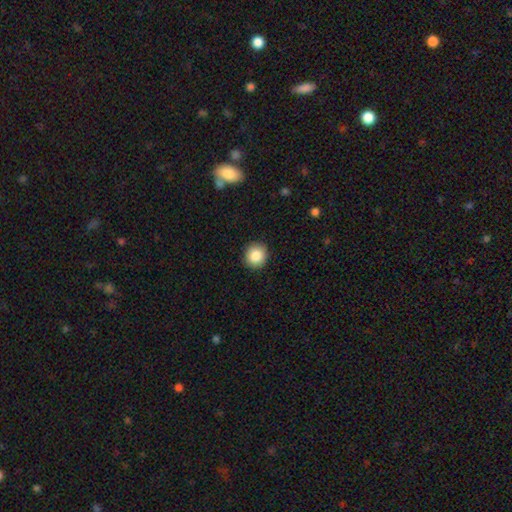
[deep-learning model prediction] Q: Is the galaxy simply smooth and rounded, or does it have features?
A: smooth — 86%.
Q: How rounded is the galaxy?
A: round — 88%.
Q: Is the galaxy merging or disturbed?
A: none — 91%.